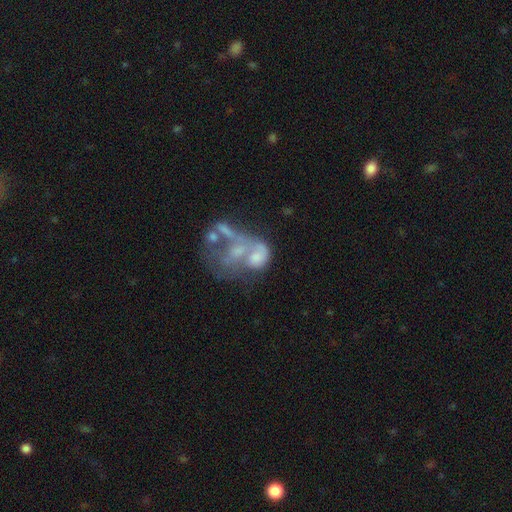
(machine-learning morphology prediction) Smooth or featured: featured or disk — 60% (smooth — 26%)
Edge-on disk: no — 98% (yes — 2%)
Bar: no — 86% (weak — 10%)
Spiral arms: no — 86% (yes — 14%)
Bulge size: none — 52% (moderate — 23%)
Merging: merger — 46% (major disturbance — 31%)